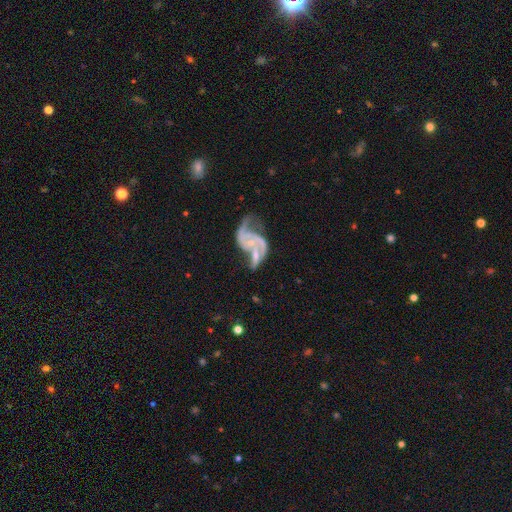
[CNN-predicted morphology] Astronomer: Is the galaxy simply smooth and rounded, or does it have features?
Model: featured or disk — 85%.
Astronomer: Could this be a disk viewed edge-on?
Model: no — 97%.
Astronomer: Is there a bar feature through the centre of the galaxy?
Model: no — 60%.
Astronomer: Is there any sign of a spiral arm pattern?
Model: yes — 91%.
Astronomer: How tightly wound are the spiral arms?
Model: loose — 48% (runner-up: medium, 39%).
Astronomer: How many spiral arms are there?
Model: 2 — 76%.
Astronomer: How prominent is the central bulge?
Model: small — 65%.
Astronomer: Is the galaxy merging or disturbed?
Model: merger — 43% (runner-up: major disturbance, 22%).